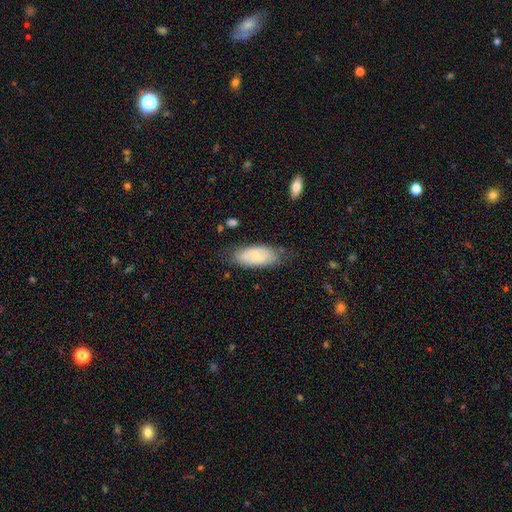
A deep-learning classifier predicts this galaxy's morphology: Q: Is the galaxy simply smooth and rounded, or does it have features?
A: smooth — 61%.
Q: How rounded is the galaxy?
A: in between — 87%.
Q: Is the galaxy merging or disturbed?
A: none — 67%.